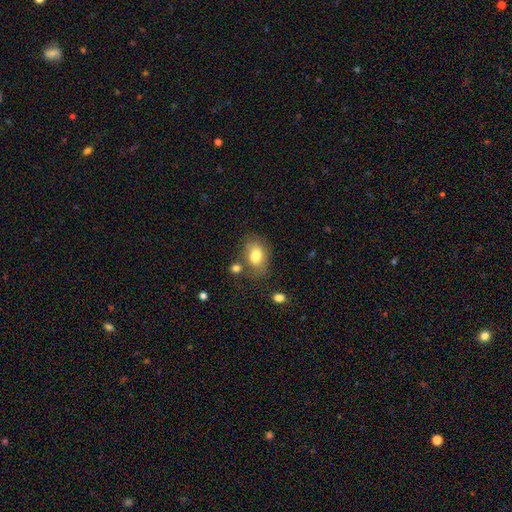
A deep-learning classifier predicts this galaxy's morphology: Overall: smooth (77%). How rounded: in between (78%). Merging: none (65%).